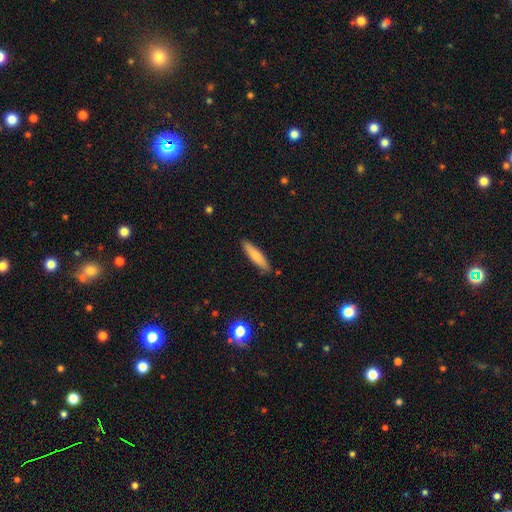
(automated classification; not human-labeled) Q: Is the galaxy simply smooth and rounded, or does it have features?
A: smooth — 76%.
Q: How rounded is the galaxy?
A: cigar-shaped — 79%.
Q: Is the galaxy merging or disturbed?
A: none — 87%.